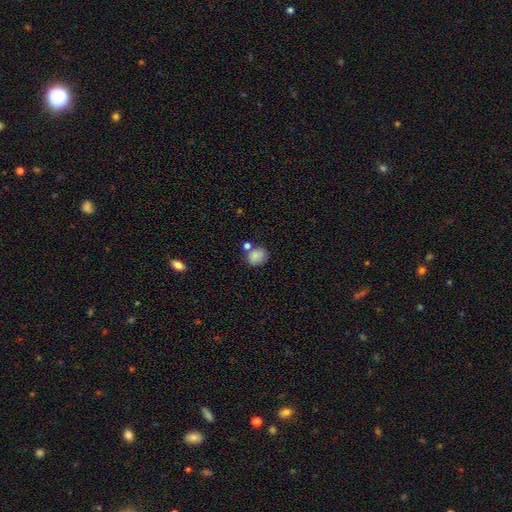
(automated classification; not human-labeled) smooth-or-featured: smooth: 84% | star or artifact: 9% | featured or disk: 7%
  how-rounded: round: 66% | in between: 33% | cigar-shaped: 1%
  merging: none: 61% | merger: 19% | minor disturbance: 16% | major disturbance: 5%